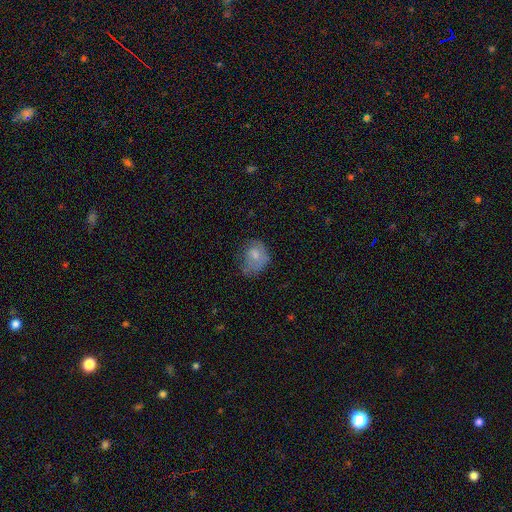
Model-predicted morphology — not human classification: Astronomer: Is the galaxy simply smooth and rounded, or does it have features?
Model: smooth — 64%.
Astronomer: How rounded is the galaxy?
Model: in between — 52% (runner-up: round, 47%).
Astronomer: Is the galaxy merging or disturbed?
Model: none — 36% (runner-up: minor disturbance, 33%).